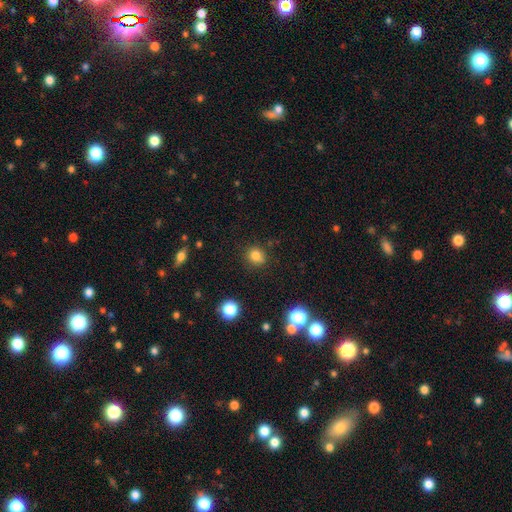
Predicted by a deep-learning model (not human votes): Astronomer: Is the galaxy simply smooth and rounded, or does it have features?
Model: smooth — 79%.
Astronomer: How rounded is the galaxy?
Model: round — 79%.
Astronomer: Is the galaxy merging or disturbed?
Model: none — 77%.